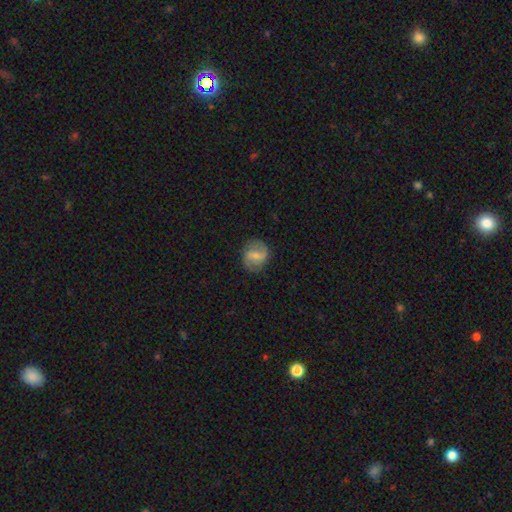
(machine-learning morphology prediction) smooth-or-featured: featured or disk: 63% | smooth: 31% | star or artifact: 7%
  disk-edge-on: no: 97% | yes: 3%
    bar: weak: 50% | strong: 33% | no: 17%
    has-spiral-arms: yes: 83% | no: 17%
      spiral-winding: medium: 44% | loose: 36% | tight: 20%
      spiral-arm-count: 2: 85% | can't tell: 9% | 1: 3% | 3: 1% | 4: 1% | more than 4: 1%
    bulge-size: small: 54% | moderate: 33% | none: 10% | large: 2% | dominant: 1%
  merging: none: 77% | minor disturbance: 16% | major disturbance: 6% | merger: 1%